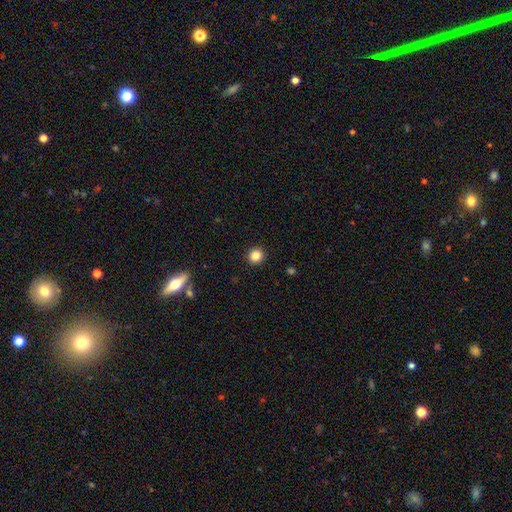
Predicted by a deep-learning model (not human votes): Morphology: type=smooth (84%); roundness=round (93%); merging=none (93%).